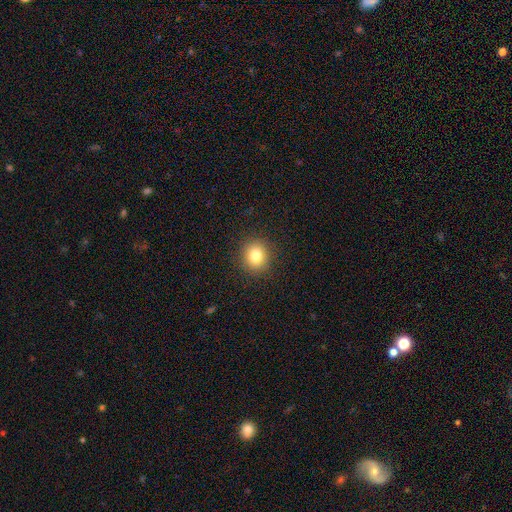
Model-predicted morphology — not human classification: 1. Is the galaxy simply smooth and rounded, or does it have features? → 81% smooth, 11% star or artifact, 8% featured or disk.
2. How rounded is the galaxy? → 84% round, 15% in between, 1% cigar-shaped.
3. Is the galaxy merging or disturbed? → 90% none, 6% minor disturbance, 2% major disturbance, 1% merger.